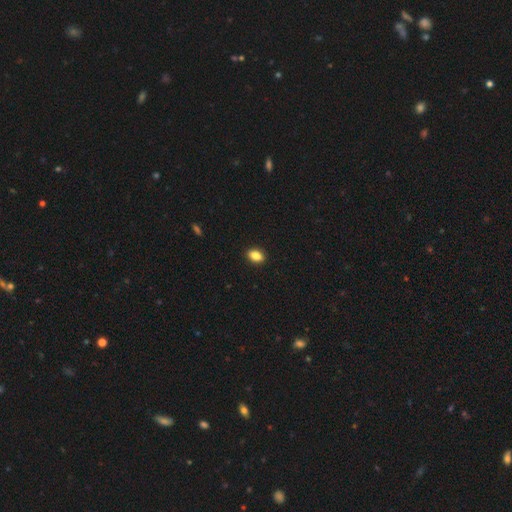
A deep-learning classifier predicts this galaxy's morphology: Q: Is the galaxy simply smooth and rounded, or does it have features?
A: smooth — 86%.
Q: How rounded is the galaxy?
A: in between — 84%.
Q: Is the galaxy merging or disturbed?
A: none — 91%.